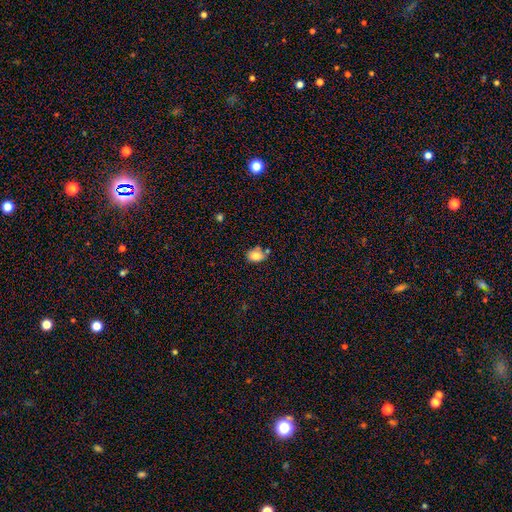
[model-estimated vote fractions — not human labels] Q: Smooth or featured?
A: smooth (80%); runner-up: featured or disk (10%)
Q: How rounded?
A: in between (66%); runner-up: round (33%)
Q: Merging?
A: none (57%); runner-up: minor disturbance (24%)